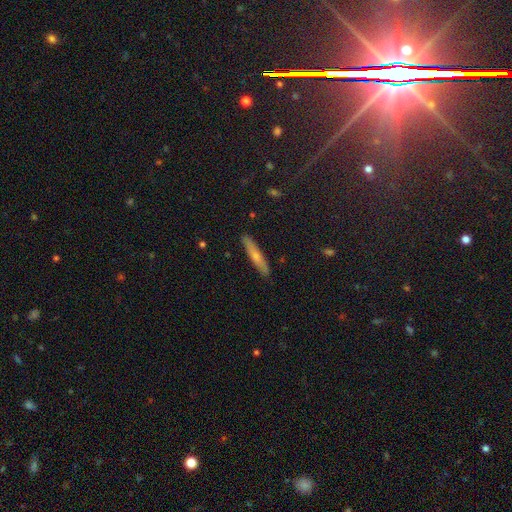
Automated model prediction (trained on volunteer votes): Q: Smooth or featured?
A: smooth (57%); runner-up: featured or disk (37%)
Q: How rounded?
A: cigar-shaped (90%); runner-up: in between (8%)
Q: Merging?
A: none (89%); runner-up: minor disturbance (9%)